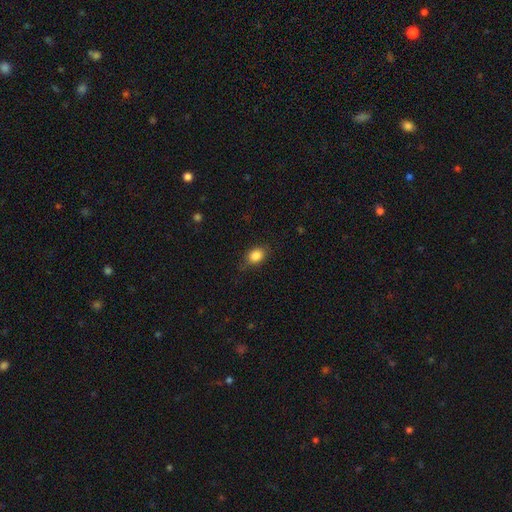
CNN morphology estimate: type=smooth (85%); roundness=in between (63%); merging=none (77%).